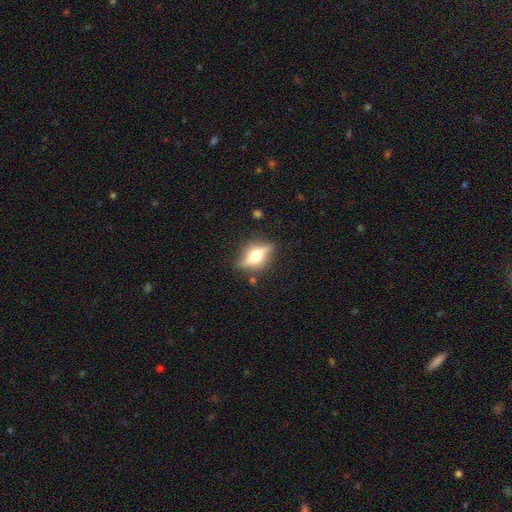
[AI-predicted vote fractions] featured or disk 69%, smooth 23%, star or artifact 8%. Down the decision tree: edge-on disk — yes (87%); edge-on bulge — rounded (95%); merging — none (79%).